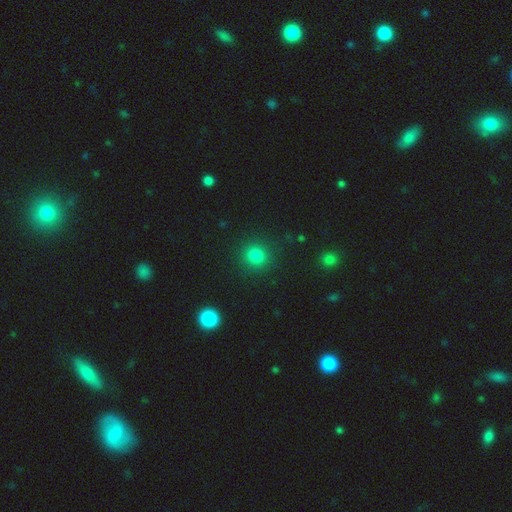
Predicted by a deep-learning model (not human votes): Overall: smooth (81%). How rounded: round (87%). Merging: none (88%).